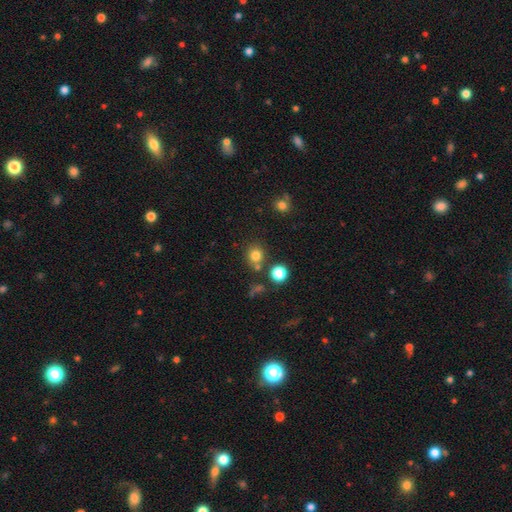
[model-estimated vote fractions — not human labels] A smooth galaxy with no disk features (78%) that is round (86%). Merging: none (73%).